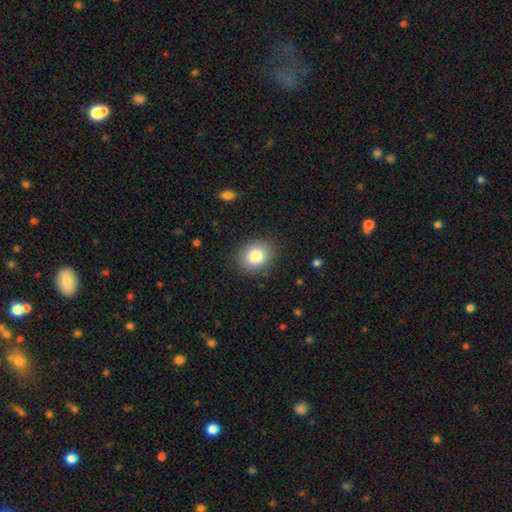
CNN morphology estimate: A smooth galaxy with no disk features (83%) that is round (54%). Merging: none (87%).